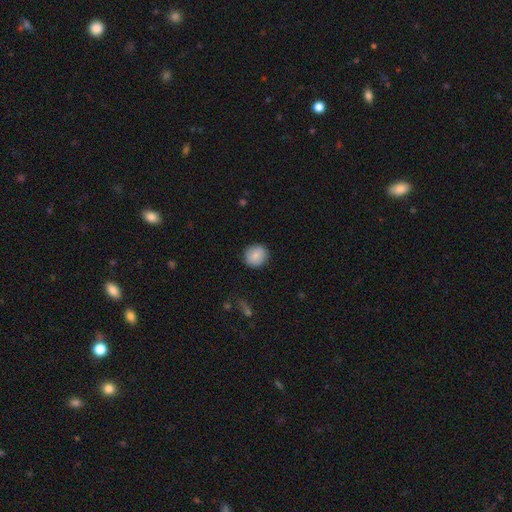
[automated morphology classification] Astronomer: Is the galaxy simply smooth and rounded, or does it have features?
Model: smooth — 84%.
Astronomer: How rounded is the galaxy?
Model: round — 85%.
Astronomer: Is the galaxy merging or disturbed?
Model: none — 88%.